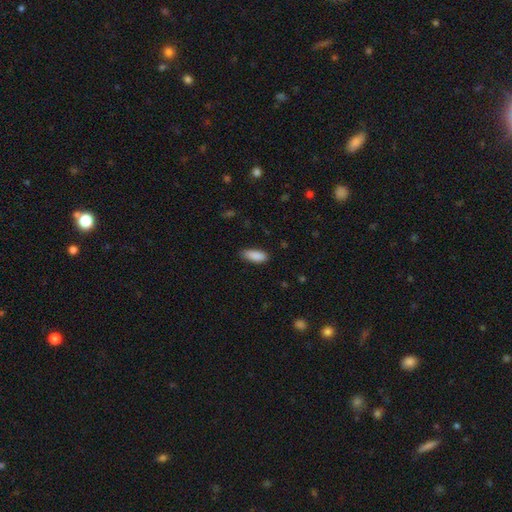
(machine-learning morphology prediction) smooth 89%, star or artifact 6%, featured or disk 4%. Down the decision tree: how rounded — in between (75%); merging — none (82%).